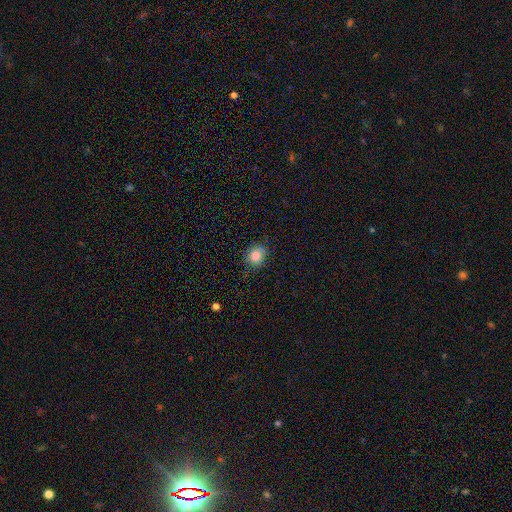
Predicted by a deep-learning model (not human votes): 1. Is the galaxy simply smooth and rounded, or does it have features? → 84% smooth, 10% star or artifact, 6% featured or disk.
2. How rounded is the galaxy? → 71% round, 28% in between, 1% cigar-shaped.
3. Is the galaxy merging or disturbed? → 80% none, 15% minor disturbance, 3% major disturbance, 1% merger.